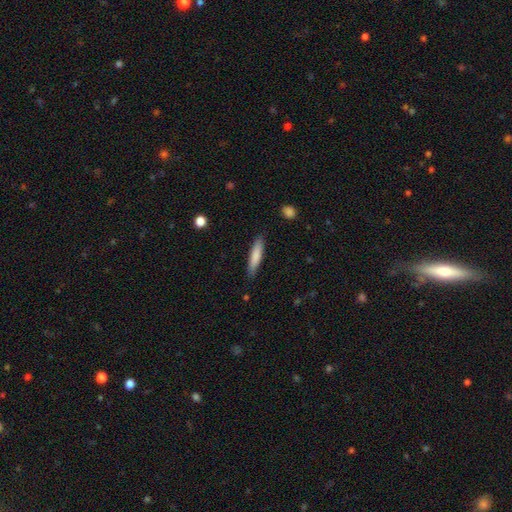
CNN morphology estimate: This is clearly a smooth galaxy (80%). How rounded: clearly cigar-shaped (85%). Merging: clearly none (86%).